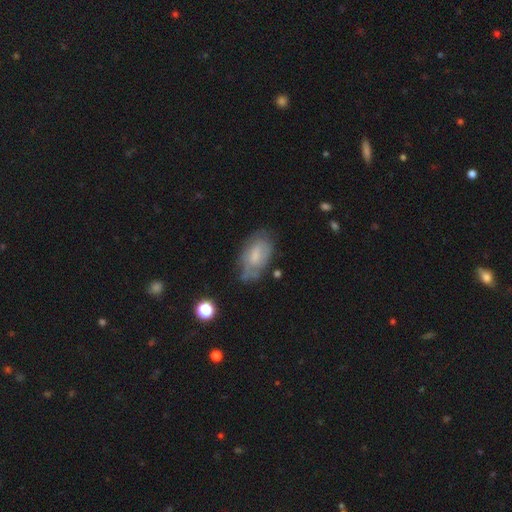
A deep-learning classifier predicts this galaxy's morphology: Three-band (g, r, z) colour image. It shows a smooth galaxy with no disk features (50%). Merging: none (54%).